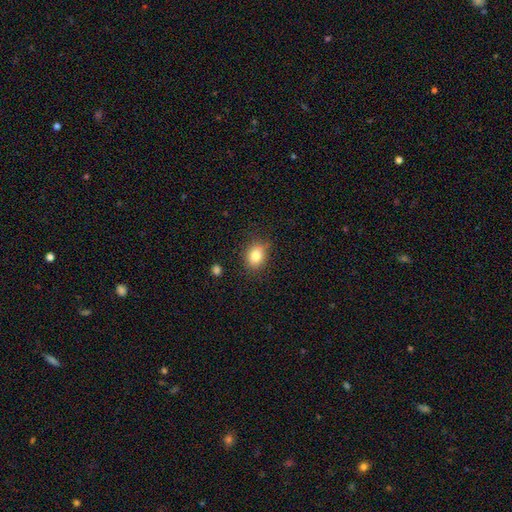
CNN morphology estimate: Smooth or featured? Predicted: smooth (p=0.82). How rounded? Predicted: in between (p=0.53). Merging? Predicted: none (p=0.78).